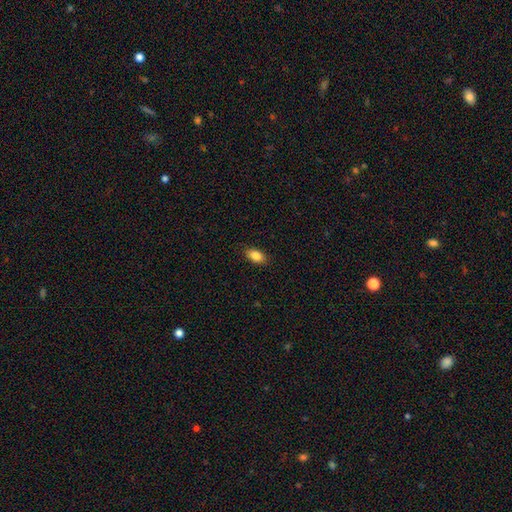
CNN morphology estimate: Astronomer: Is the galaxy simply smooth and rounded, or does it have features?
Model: smooth — 85%.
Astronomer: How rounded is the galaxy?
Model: in between — 90%.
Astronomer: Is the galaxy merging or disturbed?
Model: none — 87%.